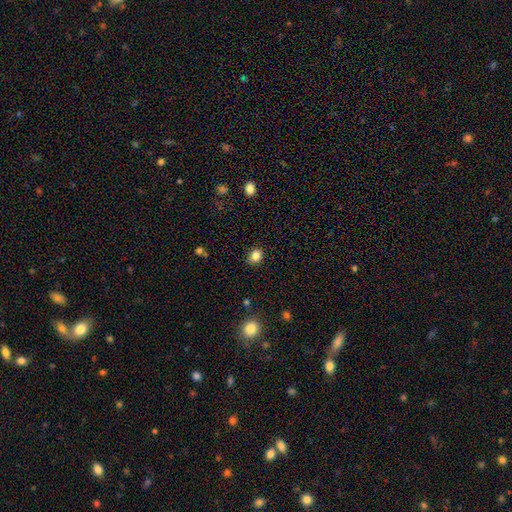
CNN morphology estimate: A smooth galaxy with no disk features (84%) that is round (70%). Merging: none (86%).